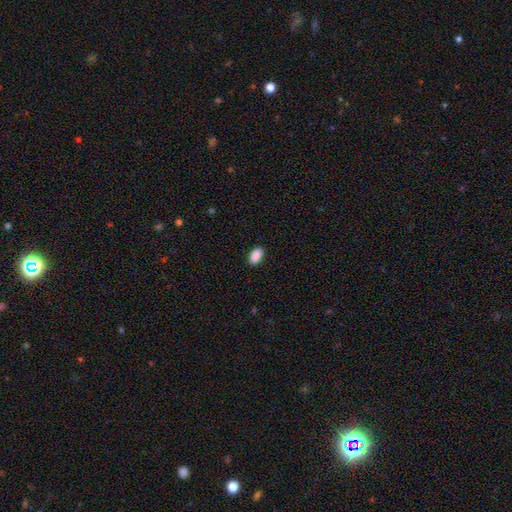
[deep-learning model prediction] The model was most divided on "merging": none: 89%, minor disturbance: 8%, major disturbance: 2%, merger: 1%. More confident: how rounded — in between (93%); smooth or featured — smooth (90%).